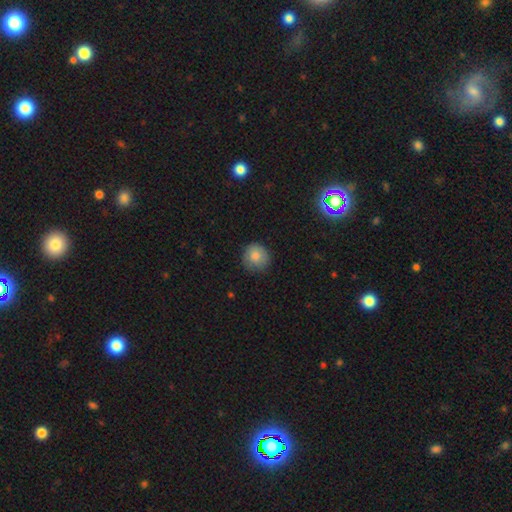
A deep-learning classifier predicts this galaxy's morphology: Q: Smooth or featured?
A: smooth (83%); runner-up: featured or disk (9%)
Q: How rounded?
A: round (91%); runner-up: in between (8%)
Q: Merging?
A: none (81%); runner-up: minor disturbance (15%)